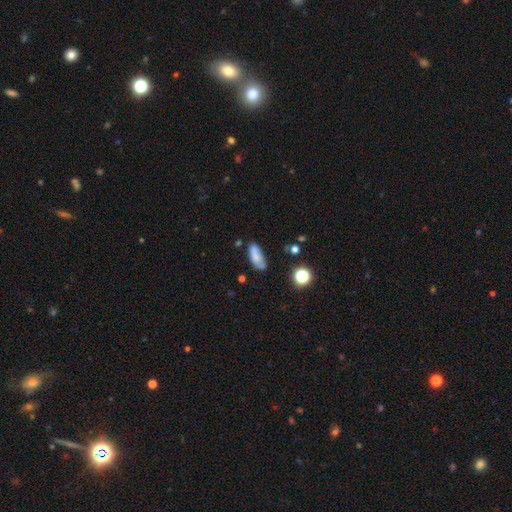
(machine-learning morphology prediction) The model was most divided on "merging": none: 58%, minor disturbance: 27%, major disturbance: 8%, merger: 6%. More confident: how rounded — in between (72%); smooth or featured — smooth (72%).